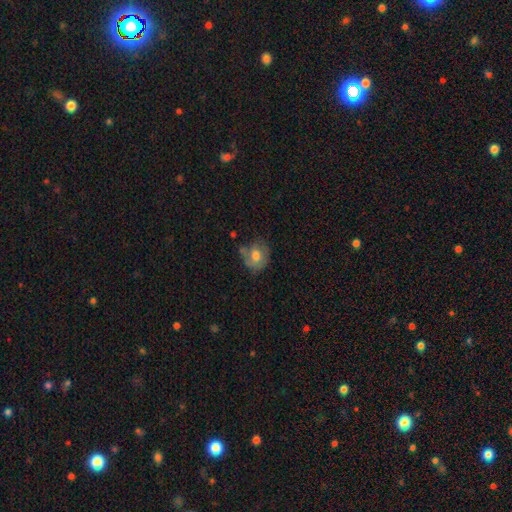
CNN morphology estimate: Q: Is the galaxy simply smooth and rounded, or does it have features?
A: smooth — 61%.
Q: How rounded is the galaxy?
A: round — 59%.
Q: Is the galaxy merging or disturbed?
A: none — 44%.